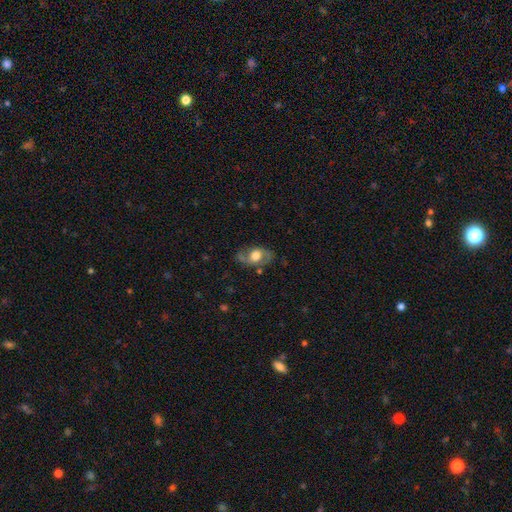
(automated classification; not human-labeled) A featured or disk galaxy (63%) with no bar (68%), spiral arms (74%) and a large central bulge (49%).

Vote fractions:
- Smooth or featured? featured or disk: 63% / smooth: 30% / star or artifact: 7%
- Edge-on disk? no: 93% / yes: 7%
- Bar? no: 68% / weak: 26% / strong: 6%
- Spiral arms? yes: 74% / no: 26%
- Bulge size? large: 49% / moderate: 39% / dominant: 5% / small: 5% / none: 2%
- Merging? none: 71% / minor disturbance: 18% / major disturbance: 9% / merger: 2%